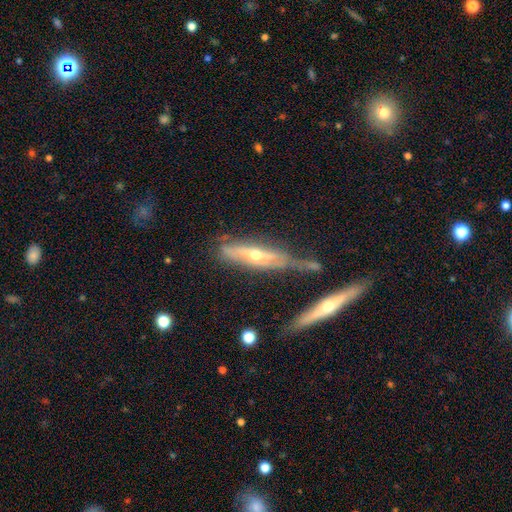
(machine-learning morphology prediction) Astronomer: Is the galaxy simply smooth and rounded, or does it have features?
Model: featured or disk — 73%.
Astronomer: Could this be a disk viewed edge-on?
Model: yes — 80%.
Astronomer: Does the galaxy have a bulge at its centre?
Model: rounded — 87%.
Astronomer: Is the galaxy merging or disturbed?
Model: none — 52%.